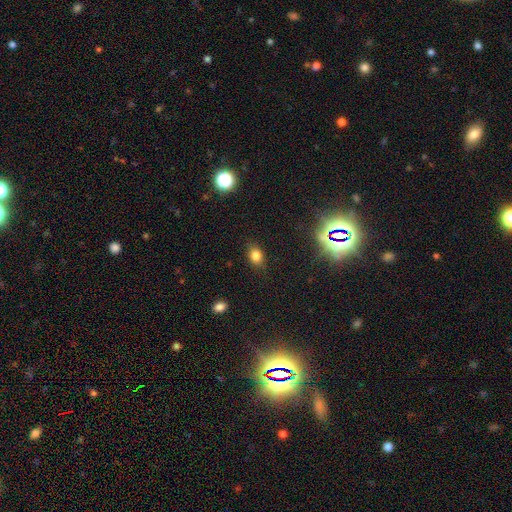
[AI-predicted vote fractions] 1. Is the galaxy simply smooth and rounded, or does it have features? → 79% smooth, 14% star or artifact, 8% featured or disk.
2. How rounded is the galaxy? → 69% in between, 30% round, 2% cigar-shaped.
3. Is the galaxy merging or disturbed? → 83% none, 12% minor disturbance, 3% major disturbance, 1% merger.